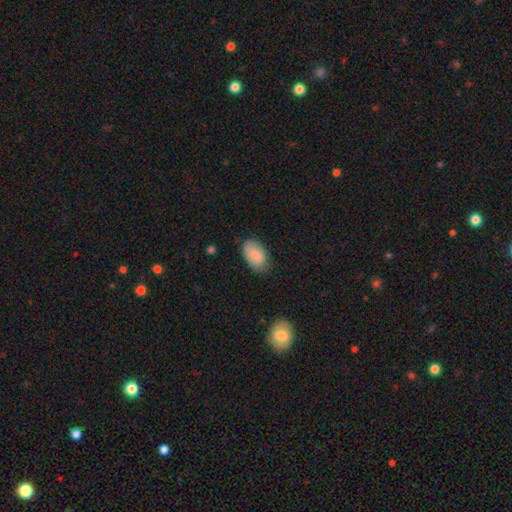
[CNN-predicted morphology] This appears to be a smooth galaxy with no disk features (84%) that is in between round and cigar-shaped (92%). Merging: none (75%).